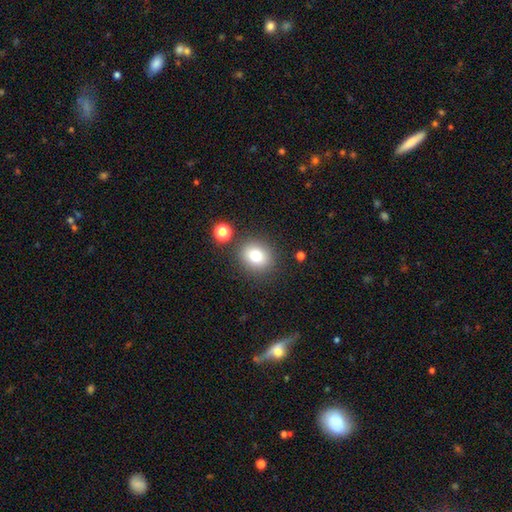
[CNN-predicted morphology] Smooth or featured: smooth — 78% (star or artifact — 12%)
How rounded: round — 75% (in between — 24%)
Merging: none — 83% (minor disturbance — 9%)